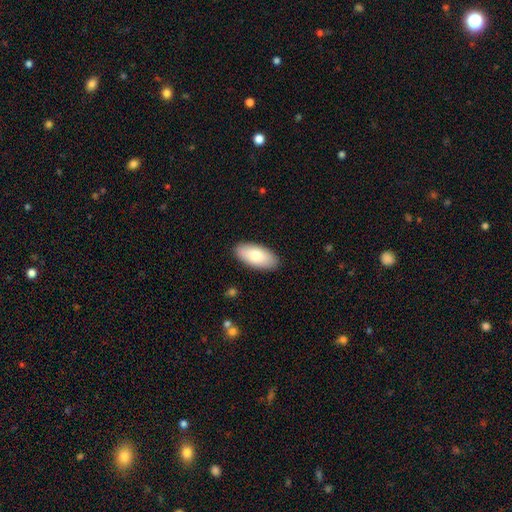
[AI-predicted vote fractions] This is likely a smooth galaxy (76%). How rounded: clearly in between (91%). Merging: clearly none (89%).